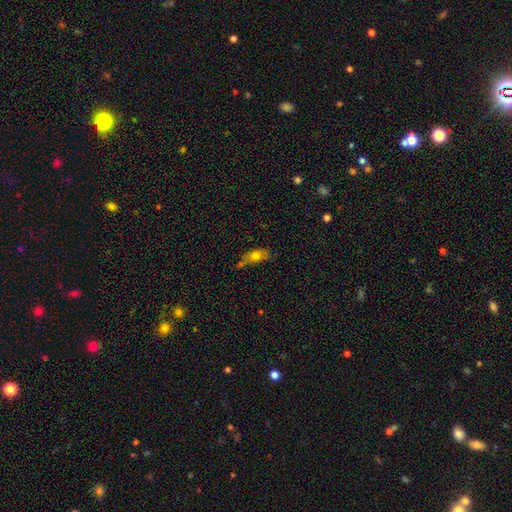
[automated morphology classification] Smooth or featured? Predicted: smooth (p=0.69). How rounded? Predicted: in between (p=0.74). Merging? Predicted: none (p=0.45).